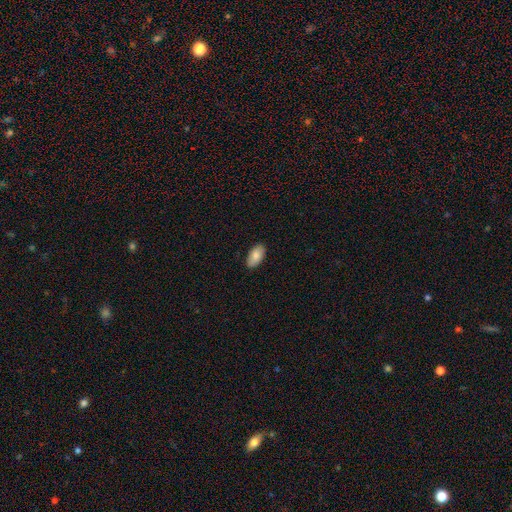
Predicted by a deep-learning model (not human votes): Smooth or featured? smooth (85%)
How rounded? in between (95%)
Merging? none (88%)